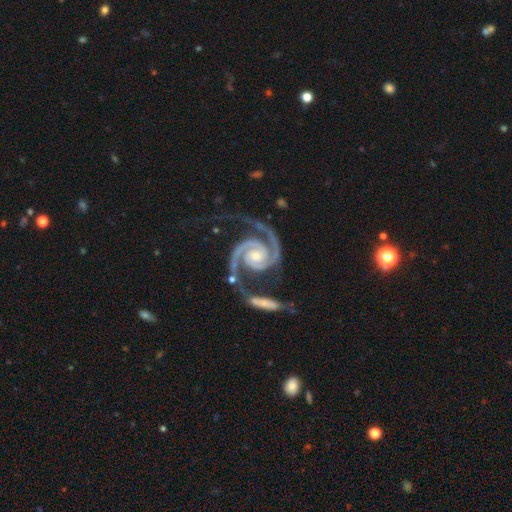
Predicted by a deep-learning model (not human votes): Overall: featured or disk (95%). Edge-on disk: no (98%). Bar: no (62%; weak 24%). Spiral arms: yes (99%). Spiral arm count: 2 (93%). Spiral winding: tight (51%; medium 43%). Bulge size: small (50%; moderate 41%). Merging: none (51%; minor disturbance 18%).